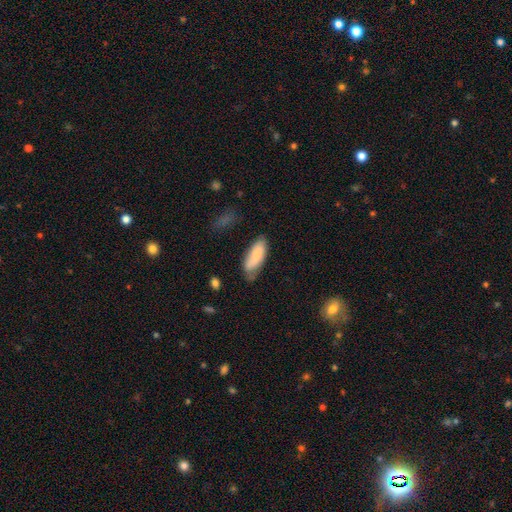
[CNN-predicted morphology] type=smooth (78%); roundness=in between (77%); merging=none (55%).